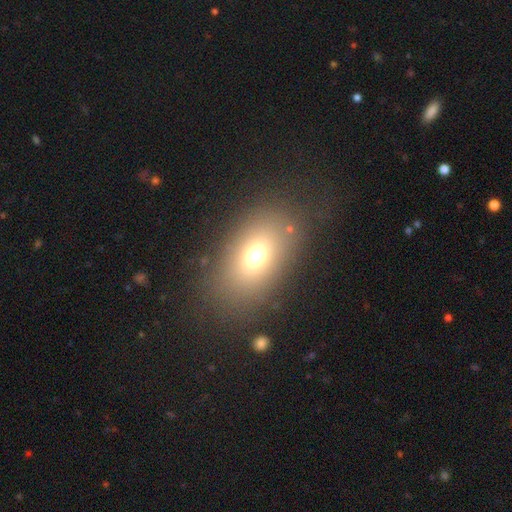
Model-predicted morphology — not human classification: Overall: smooth (69%). How rounded: in between (78%). Merging: none (81%).